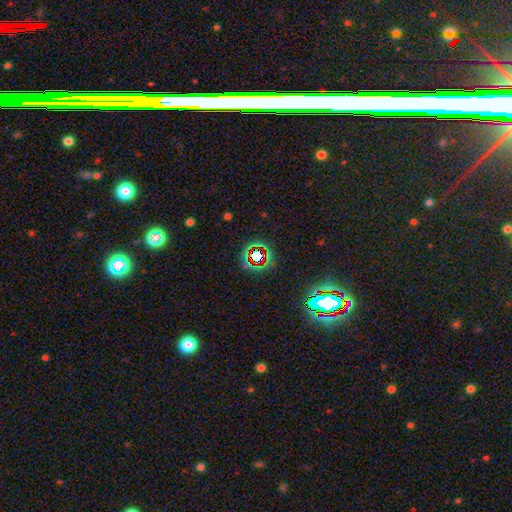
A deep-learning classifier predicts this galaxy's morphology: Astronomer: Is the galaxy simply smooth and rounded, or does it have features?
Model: star or artifact — 70%.